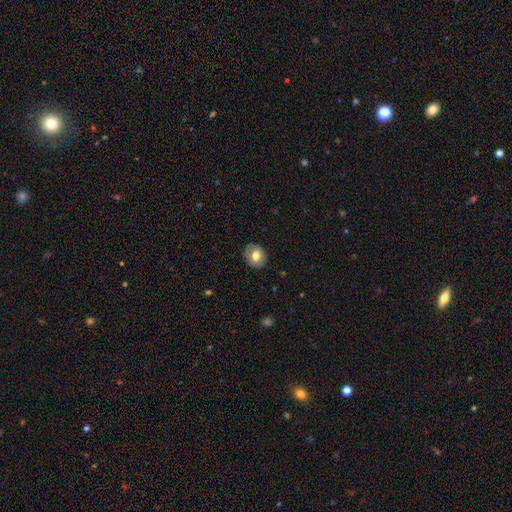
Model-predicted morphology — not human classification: This is likely a smooth galaxy (62%). How rounded: possibly round (56%). Merging: clearly none (83%).